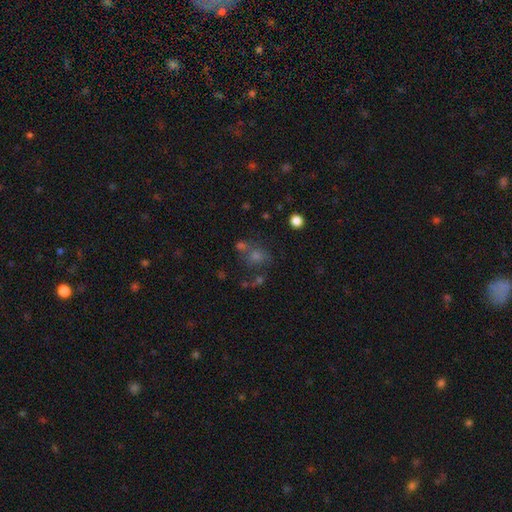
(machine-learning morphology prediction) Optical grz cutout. It shows a smooth galaxy with no disk features (46%). Merging: none (55%).